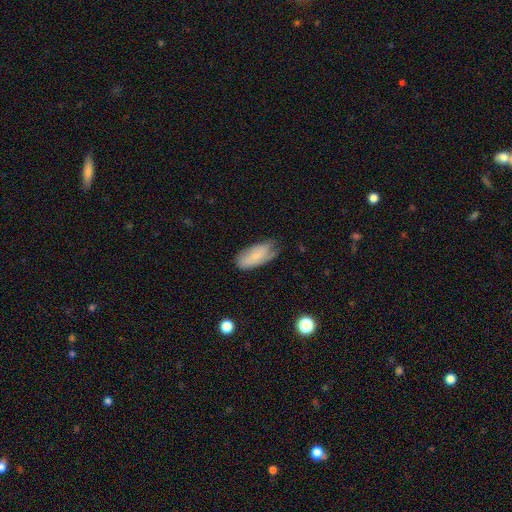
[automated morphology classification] This appears to be a smooth galaxy with no disk features (72%) that is in between round and cigar-shaped (87%). Merging: none (54%).